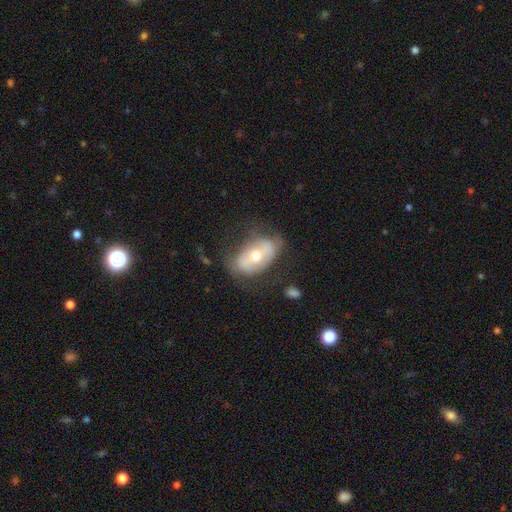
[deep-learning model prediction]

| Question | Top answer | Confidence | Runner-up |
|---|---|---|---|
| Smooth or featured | featured or disk | 54% | smooth (39%) |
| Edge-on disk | no | 90% | yes (10%) |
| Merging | none | 59% | minor disturbance (25%) |